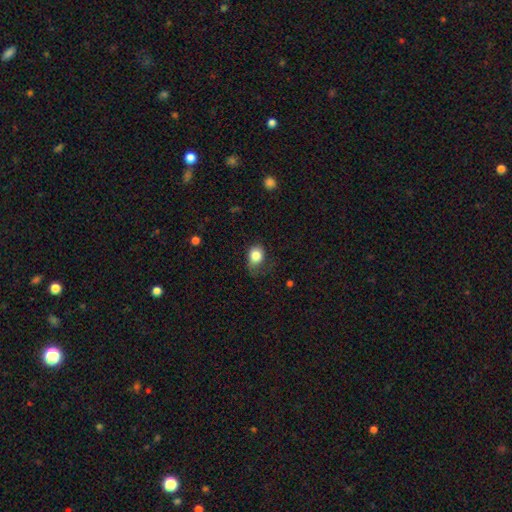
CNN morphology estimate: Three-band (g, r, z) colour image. It shows a smooth galaxy with no disk features (82%) that is in between round and cigar-shaped (50%). Merging: none (49%).